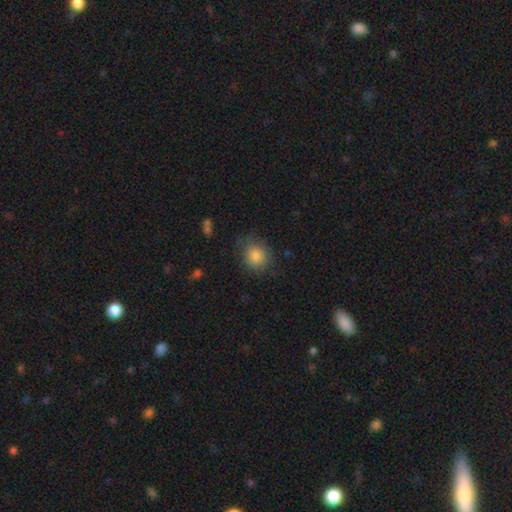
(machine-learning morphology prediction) A smooth galaxy with no disk features (84%) that is round (81%). Merging: none (77%).